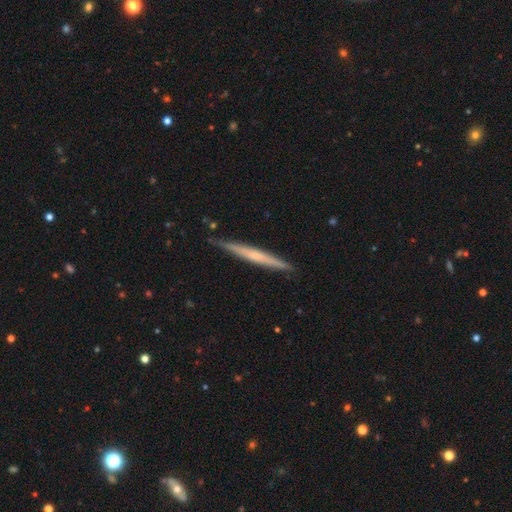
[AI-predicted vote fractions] A featured or disk galaxy (54%) viewed edge-on (97%) with no central bulge (63%). Merging: none (86%).